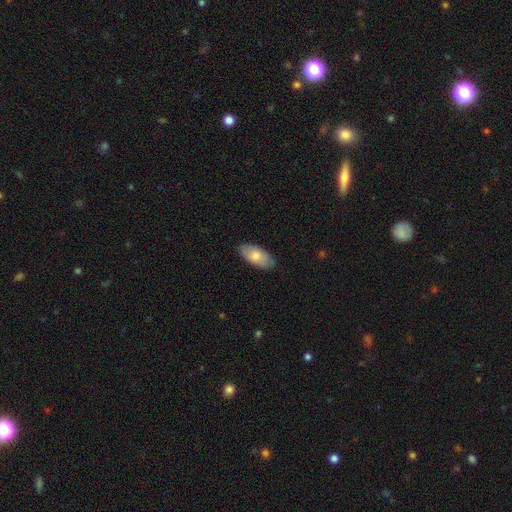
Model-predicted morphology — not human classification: type=smooth (75%); roundness=in between (91%); merging=none (86%).